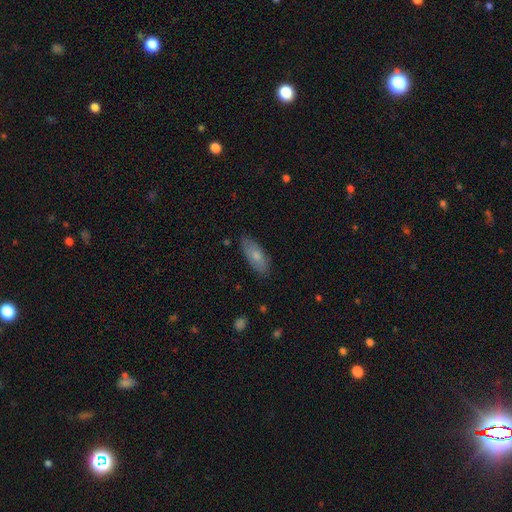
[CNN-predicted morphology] This appears to be a smooth galaxy with no disk features (73%) that is in between round and cigar-shaped (76%). Merging: none (82%).